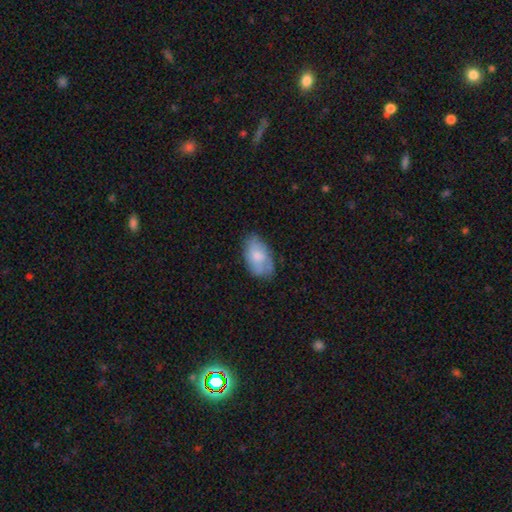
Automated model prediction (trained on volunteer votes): Overall: smooth (65%; featured or disk 27%). How rounded: in between (92%). Merging: none (65%; minor disturbance 26%).